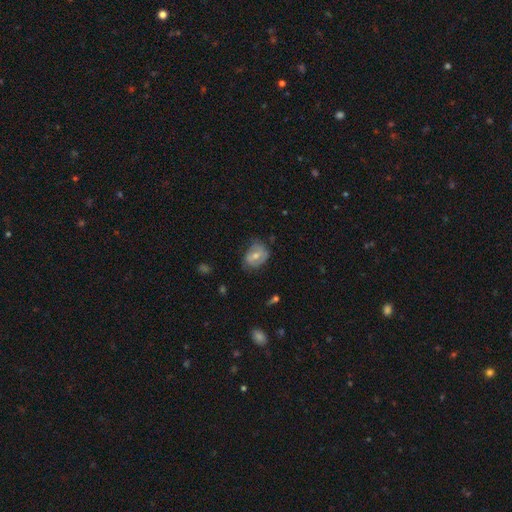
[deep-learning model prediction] smooth_or_featured: smooth (p=0.48) [alt: featured or disk p=0.45]
merging: none (p=0.56) [alt: minor disturbance p=0.32]